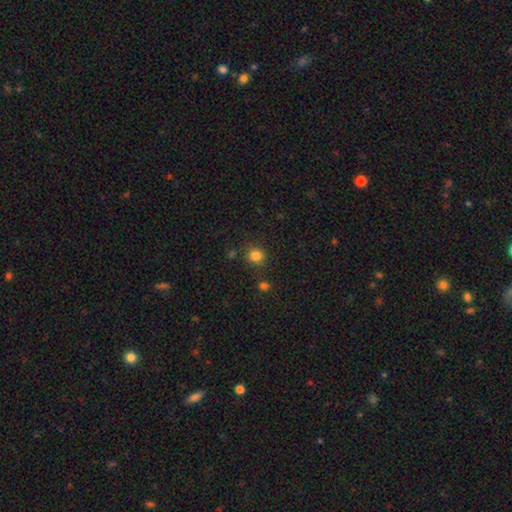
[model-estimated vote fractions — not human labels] The model was most divided on "smooth or featured": smooth: 82%, star or artifact: 13%, featured or disk: 5%. More confident: how rounded — round (85%); merging — none (83%).